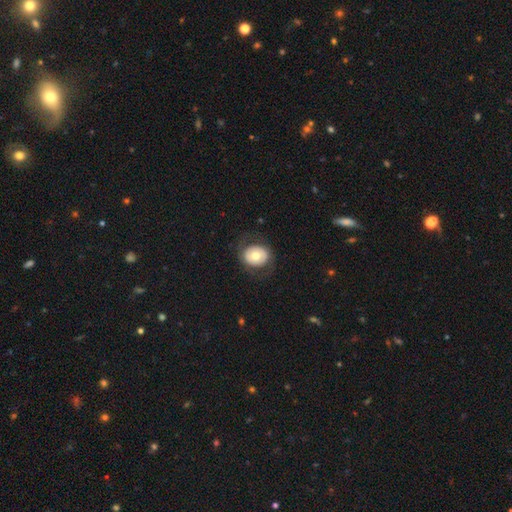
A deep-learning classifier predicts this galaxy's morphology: A smooth galaxy with no disk features (55%) that is round (66%).

Vote fractions:
- Smooth or featured? smooth: 55% / featured or disk: 38% / star or artifact: 7%
- How rounded? round: 66% / in between: 33% / cigar-shaped: 1%
- Merging? none: 78% / minor disturbance: 12% / major disturbance: 9% / merger: 1%